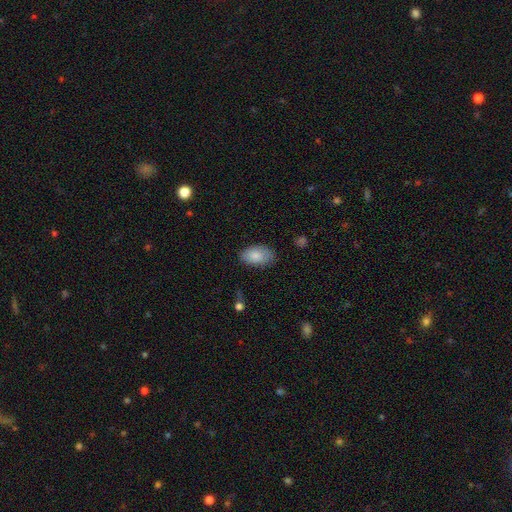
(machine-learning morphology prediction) smooth-or-featured: smooth: 84% | featured or disk: 10% | star or artifact: 7%
  how-rounded: in between: 93% | round: 6% | cigar-shaped: 1%
  merging: none: 77% | minor disturbance: 18% | major disturbance: 4% | merger: 1%